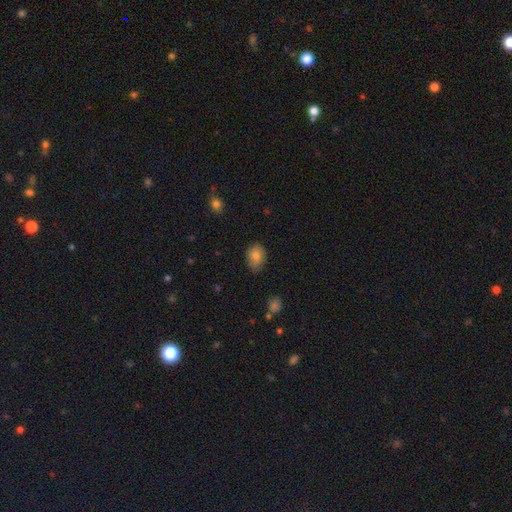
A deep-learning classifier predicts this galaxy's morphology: smooth-or-featured: smooth: 82% | featured or disk: 10% | star or artifact: 9%
  how-rounded: in between: 73% | round: 26% | cigar-shaped: 1%
  merging: none: 68% | minor disturbance: 27% | major disturbance: 4% | merger: 1%